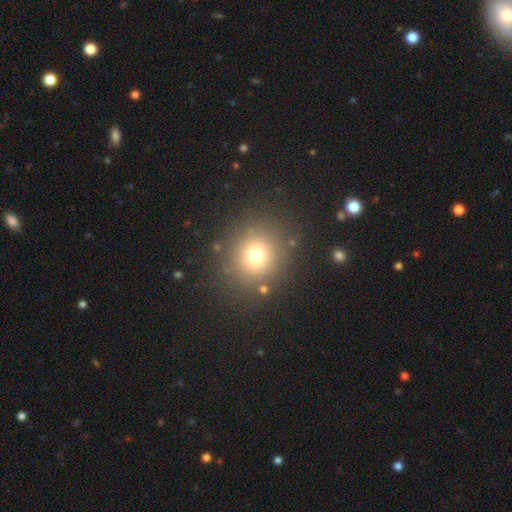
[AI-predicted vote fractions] A smooth galaxy with no disk features (73%) that is round (82%).

Vote fractions:
- Smooth or featured? smooth: 73% / star or artifact: 17% / featured or disk: 9%
- How rounded? round: 82% / in between: 17% / cigar-shaped: 1%
- Merging? none: 85% / minor disturbance: 8% / major disturbance: 4% / merger: 3%